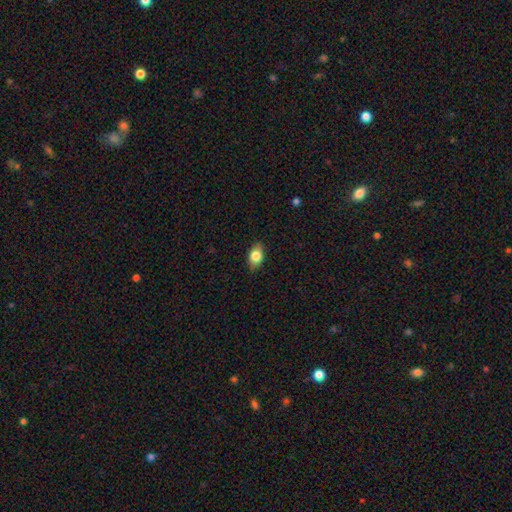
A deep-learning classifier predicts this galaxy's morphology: This is clearly a smooth galaxy (80%). How rounded: clearly in between (84%). Merging: clearly none (83%).